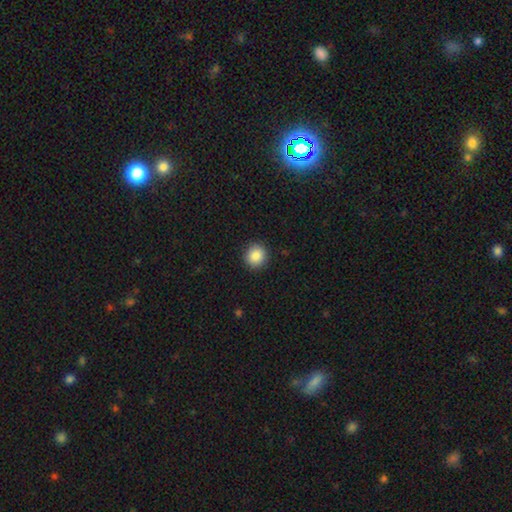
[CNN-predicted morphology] Q: Smooth or featured?
A: smooth (87%); runner-up: star or artifact (9%)
Q: How rounded?
A: round (90%); runner-up: in between (9%)
Q: Merging?
A: none (91%); runner-up: minor disturbance (6%)